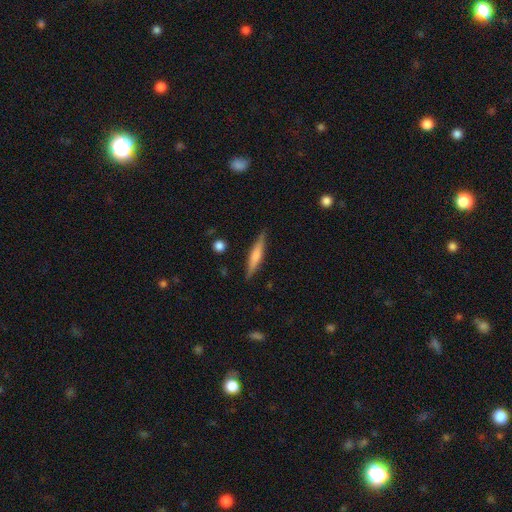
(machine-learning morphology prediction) smooth_or_featured: smooth (p=0.53) [alt: featured or disk p=0.41]
how_rounded: cigar-shaped (p=0.89) [alt: in between p=0.10]
merging: none (p=0.87) [alt: minor disturbance p=0.10]